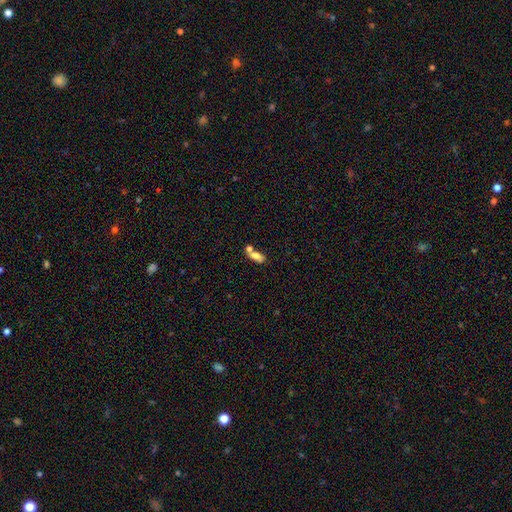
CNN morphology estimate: Smooth or featured?
  - smooth: 68% *
  - featured or disk: 23%
  - star or artifact: 9%
How rounded?
  - in between: 82% *
  - cigar-shaped: 11%
  - round: 7%
Merging?
  - merger: 48% *
  - none: 36%
  - minor disturbance: 11%
  - major disturbance: 5%